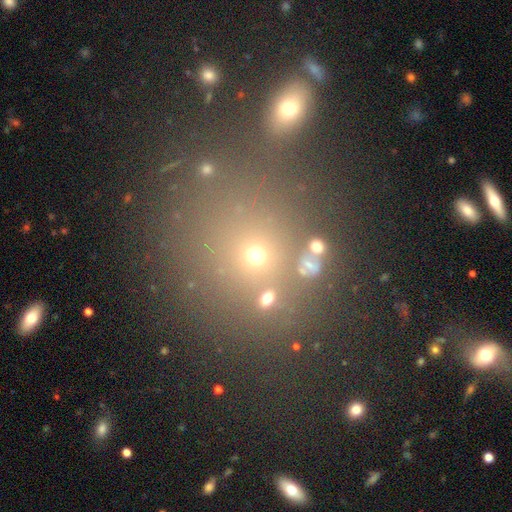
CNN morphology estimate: Q: Smooth or featured?
A: smooth (46%); runner-up: star or artifact (43%)
Q: Merging?
A: none (75%); runner-up: merger (11%)